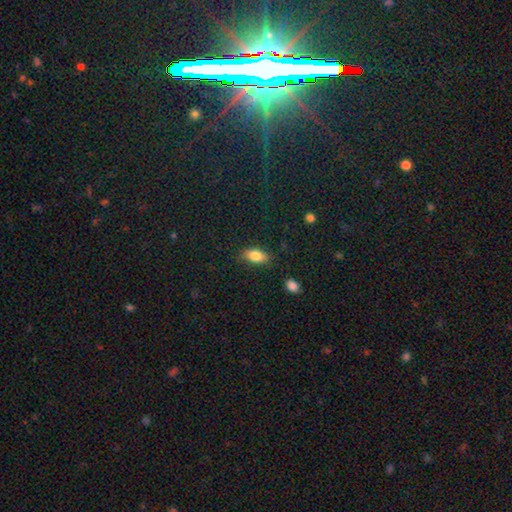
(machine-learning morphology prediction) Overall: smooth (83%). How rounded: in between (88%). Merging: none (82%).